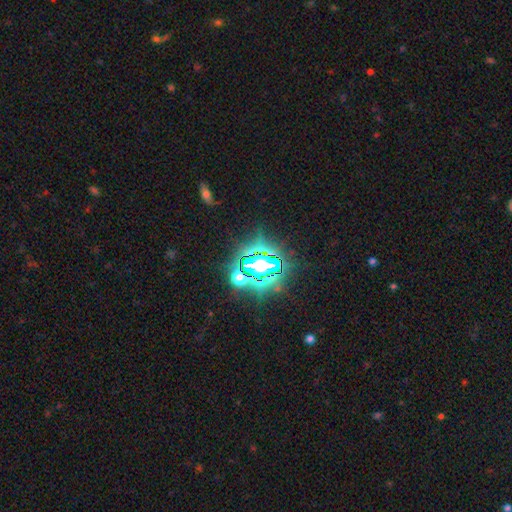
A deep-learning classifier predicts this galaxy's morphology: A star or artifact, not a galaxy (77%).

Vote fractions:
- Smooth or featured? star or artifact: 77% / smooth: 13% / featured or disk: 10%